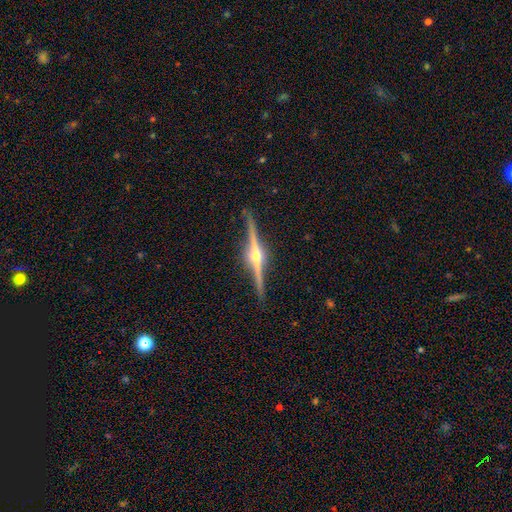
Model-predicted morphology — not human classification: Smooth or featured?
  - featured or disk: 89% *
  - smooth: 6%
  - star or artifact: 5%
Edge-on disk?
  - yes: 98% *
  - no: 2%
Edge-on bulge?
  - rounded: 95% *
  - boxy: 3%
  - none: 2%
Merging?
  - none: 90% *
  - minor disturbance: 7%
  - major disturbance: 2%
  - merger: 1%